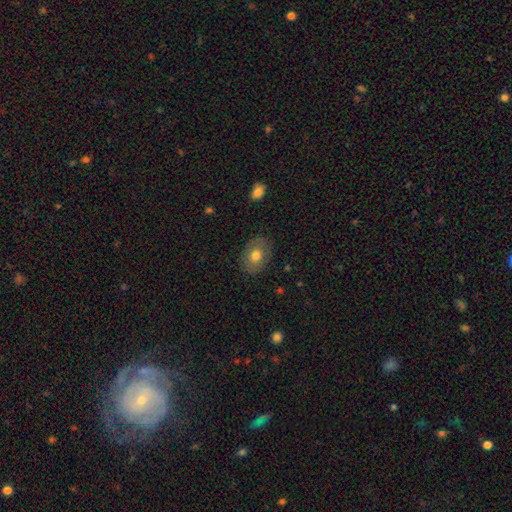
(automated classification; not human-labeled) A smooth galaxy with no disk features (71%) that is in between round and cigar-shaped (70%).

Vote fractions:
- Smooth or featured? smooth: 71% / featured or disk: 21% / star or artifact: 8%
- How rounded? in between: 70% / round: 29% / cigar-shaped: 1%
- Merging? none: 84% / minor disturbance: 12% / major disturbance: 3% / merger: 1%